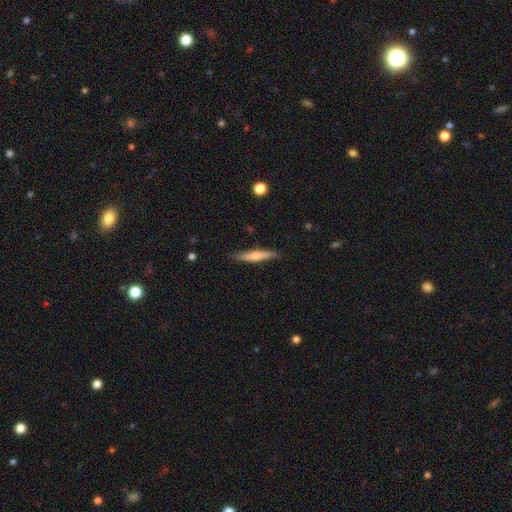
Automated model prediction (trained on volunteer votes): Q: Smooth or featured?
A: smooth (49%); runner-up: featured or disk (45%)
Q: Merging?
A: none (85%); runner-up: minor disturbance (11%)